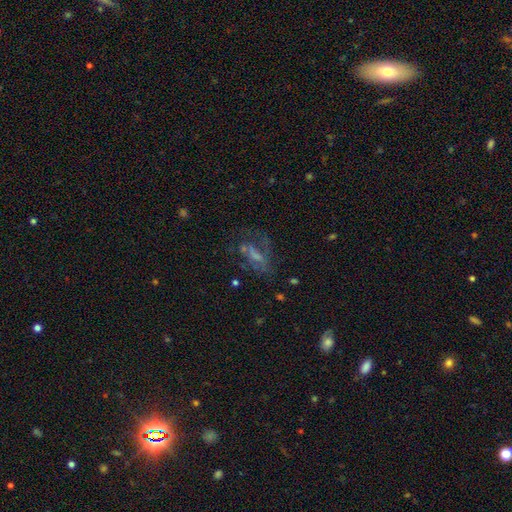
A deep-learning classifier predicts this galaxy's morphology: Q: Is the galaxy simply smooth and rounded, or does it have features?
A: featured or disk — 48%.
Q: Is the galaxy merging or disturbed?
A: none — 38%.